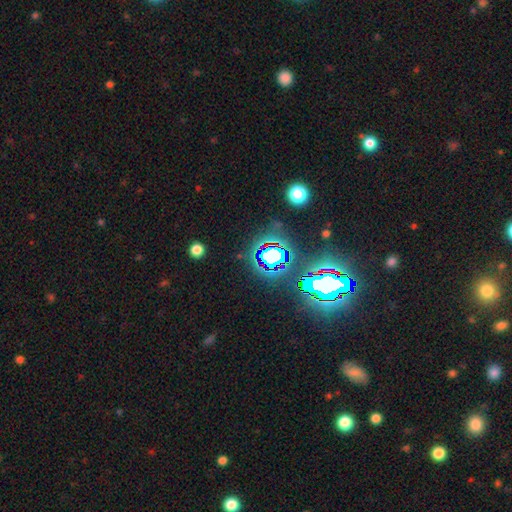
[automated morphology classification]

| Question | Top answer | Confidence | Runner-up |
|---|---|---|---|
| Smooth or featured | star or artifact | 80% | smooth (12%) |